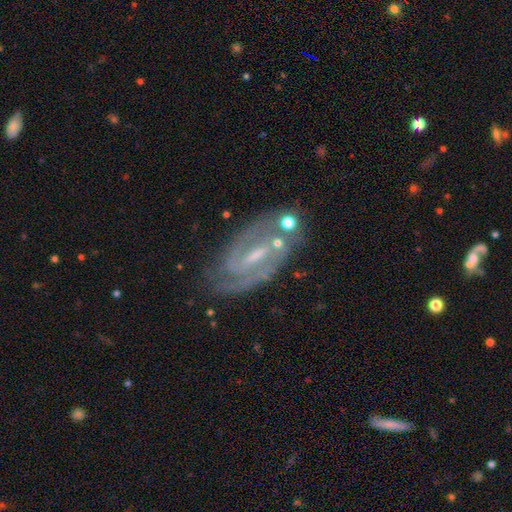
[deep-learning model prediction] Overall: featured or disk (86%). Edge-on disk: no (95%). Bar: weak (44%; strong 41%). Spiral arms: yes (96%). Spiral arm count: 2 (80%). Spiral winding: tight (46%; medium 44%). Bulge size: small (57%; moderate 24%). Merging: none (70%).